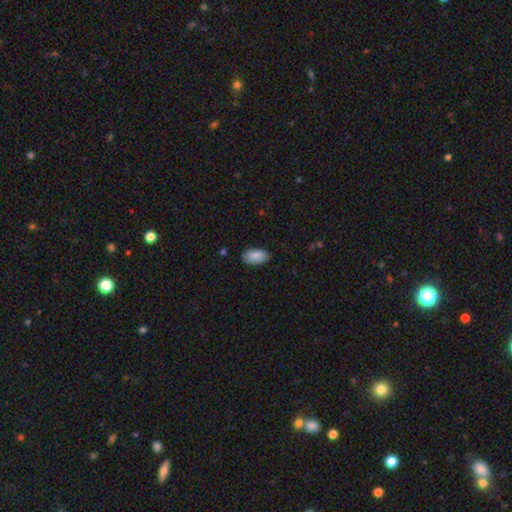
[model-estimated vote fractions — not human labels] Smooth or featured? Predicted: smooth (p=0.88). How rounded? Predicted: in between (p=0.94). Merging? Predicted: none (p=0.83).